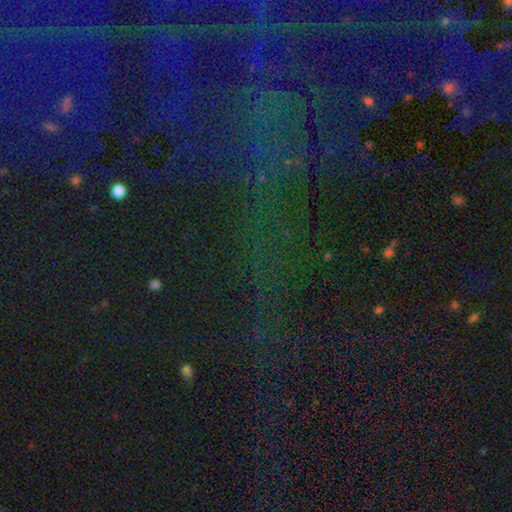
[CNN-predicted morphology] This appears to be a star or artifact, not a galaxy (77%).